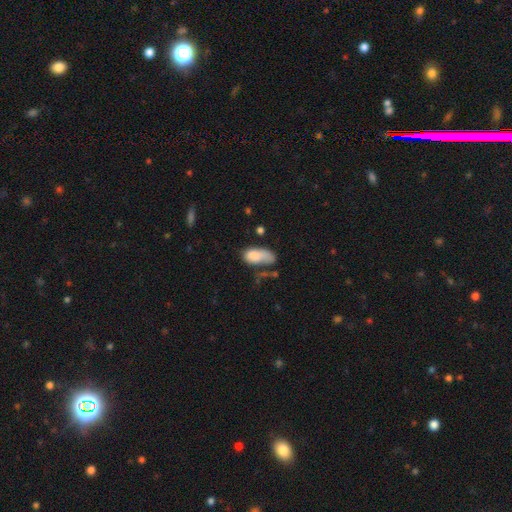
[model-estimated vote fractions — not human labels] smooth-or-featured: smooth: 79% | featured or disk: 13% | star or artifact: 8%
  how-rounded: in between: 91% | cigar-shaped: 5% | round: 4%
  merging: major disturbance: 31% | none: 28% | minor disturbance: 26% | merger: 15%